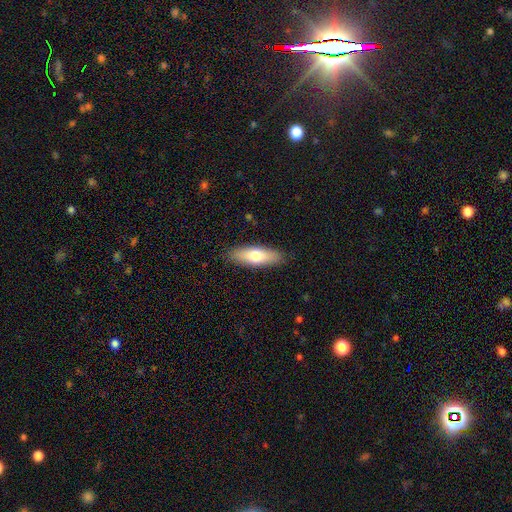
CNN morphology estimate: Smooth or featured: smooth — 68% (featured or disk — 26%)
How rounded: in between — 56% (cigar-shaped — 42%)
Merging: none — 88% (minor disturbance — 9%)